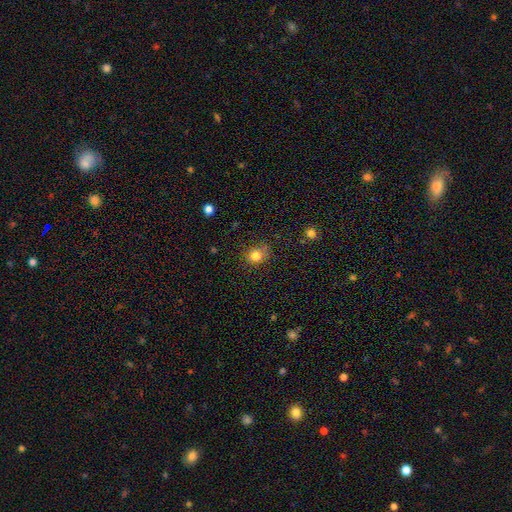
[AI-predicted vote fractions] The model was most divided on "how rounded": round: 71%, in between: 28%, cigar-shaped: 1%. More confident: smooth or featured — smooth (81%); merging — none (73%).